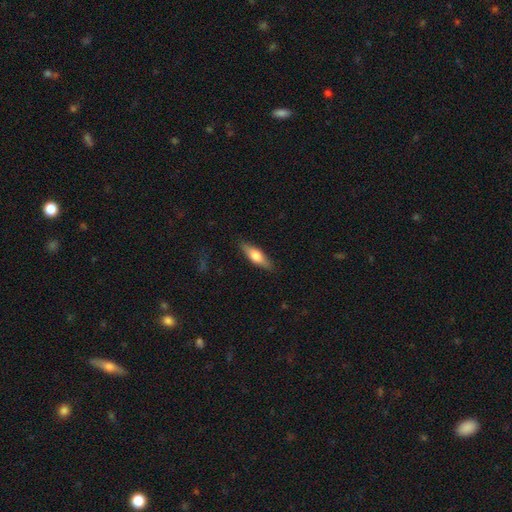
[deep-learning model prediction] Smooth or featured? Predicted: smooth (p=0.62). How rounded? Predicted: in between (p=0.49). Merging? Predicted: none (p=0.86).